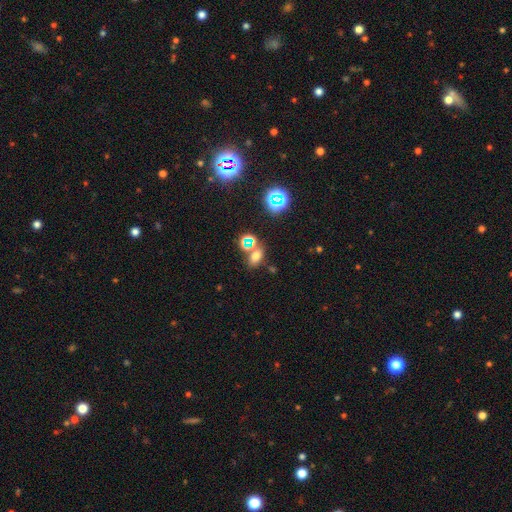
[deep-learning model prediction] Smooth or featured? Predicted: smooth (p=0.58). How rounded? Predicted: in between (p=0.76). Merging? Predicted: none (p=0.62).